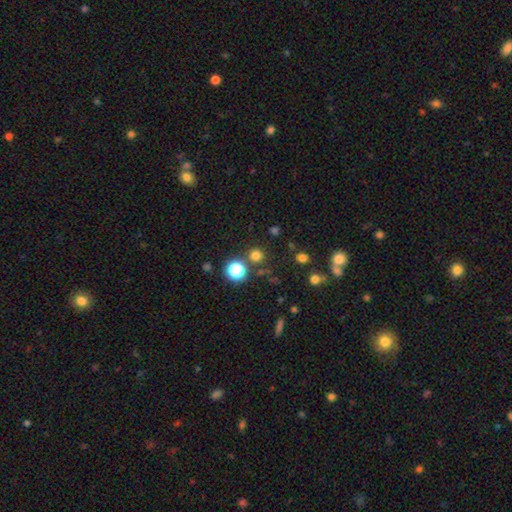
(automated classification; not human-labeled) Smooth or featured: smooth — 73% (star or artifact — 22%)
How rounded: round — 94% (in between — 5%)
Merging: none — 83% (merger — 8%)